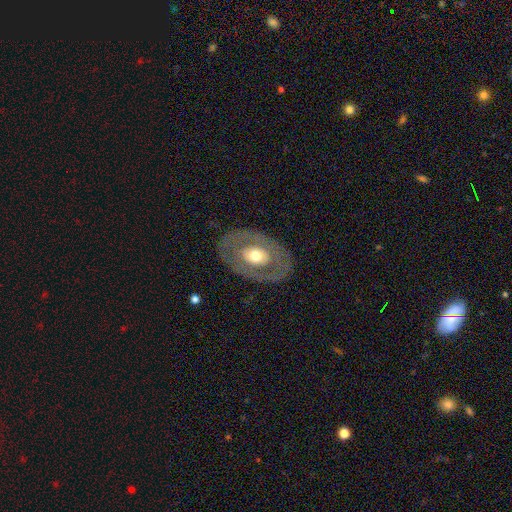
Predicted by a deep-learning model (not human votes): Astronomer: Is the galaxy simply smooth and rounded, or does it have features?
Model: featured or disk — 54% (runner-up: smooth, 40%).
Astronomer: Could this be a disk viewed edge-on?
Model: no — 90%.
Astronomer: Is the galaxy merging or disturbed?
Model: none — 81%.